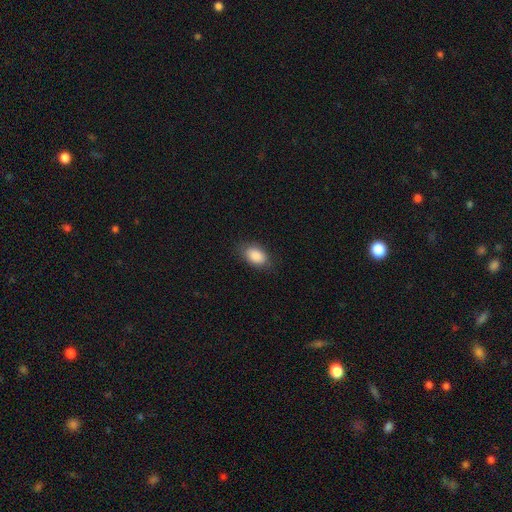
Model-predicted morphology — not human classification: Overall: smooth (88%). How rounded: in between (89%). Merging: none (83%).